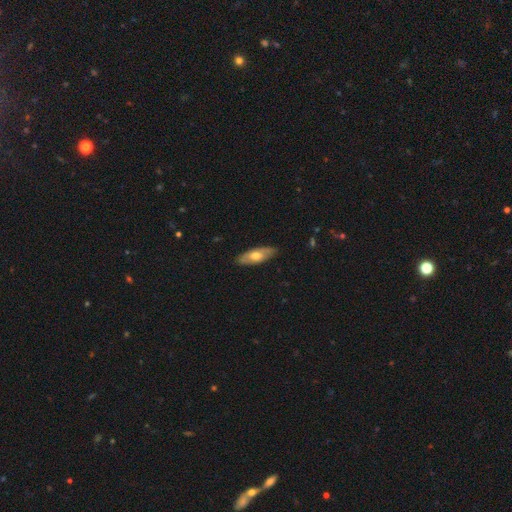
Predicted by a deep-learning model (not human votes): Smooth or featured? Predicted: smooth (p=0.56). How rounded? Predicted: in between (p=0.71). Merging? Predicted: none (p=0.85).